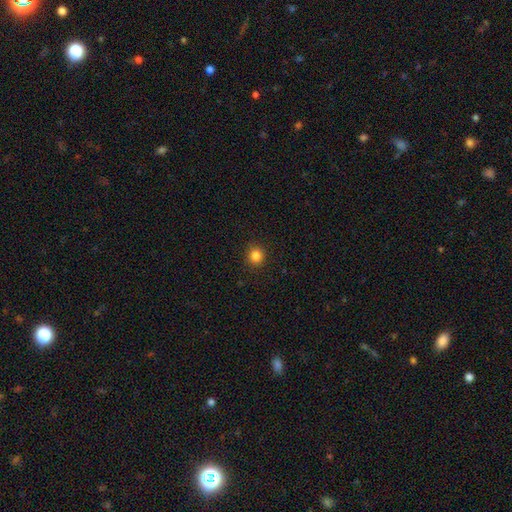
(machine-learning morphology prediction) type=smooth (84%); roundness=round (92%); merging=none (92%).